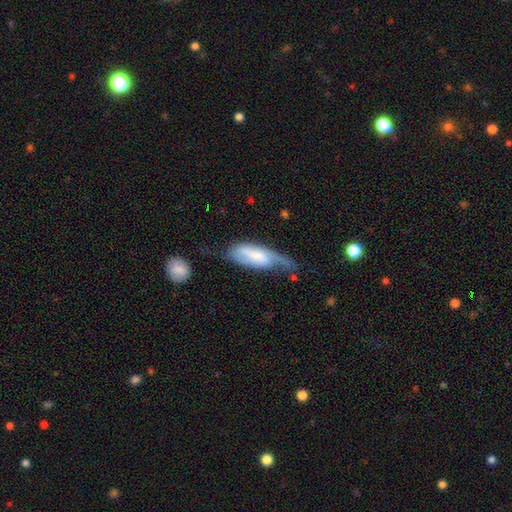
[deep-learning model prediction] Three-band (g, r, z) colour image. It shows a smooth galaxy with no disk features (48%). Merging: minor disturbance (34%).